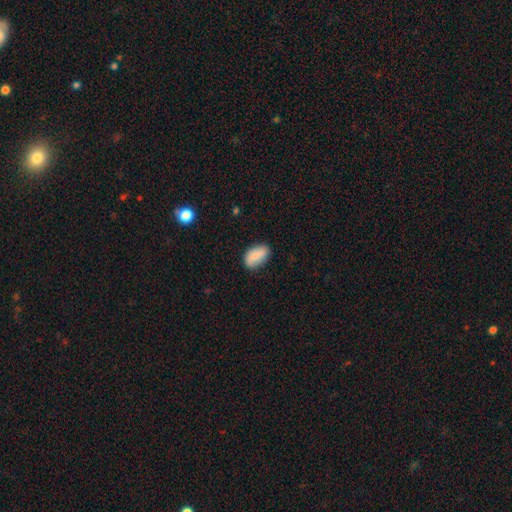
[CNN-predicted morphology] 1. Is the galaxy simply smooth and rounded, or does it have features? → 74% smooth, 19% featured or disk, 7% star or artifact.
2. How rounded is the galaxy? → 90% in between, 8% round, 2% cigar-shaped.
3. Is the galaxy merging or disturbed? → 75% none, 19% minor disturbance, 4% major disturbance, 2% merger.